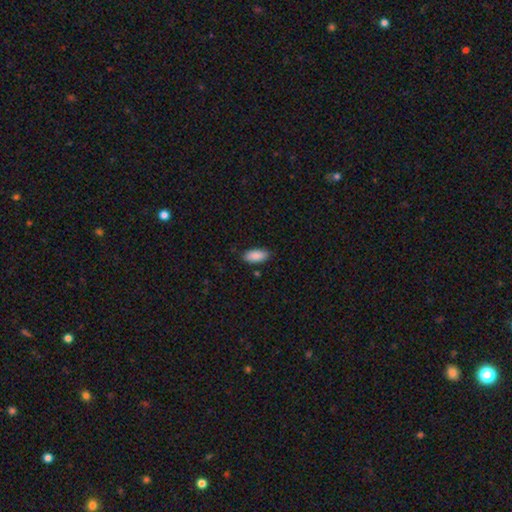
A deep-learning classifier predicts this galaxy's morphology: smooth_or_featured: smooth (p=0.89) [alt: star or artifact p=0.06]
how_rounded: in between (p=0.91) [alt: cigar-shaped p=0.07]
merging: none (p=0.85) [alt: minor disturbance p=0.11]